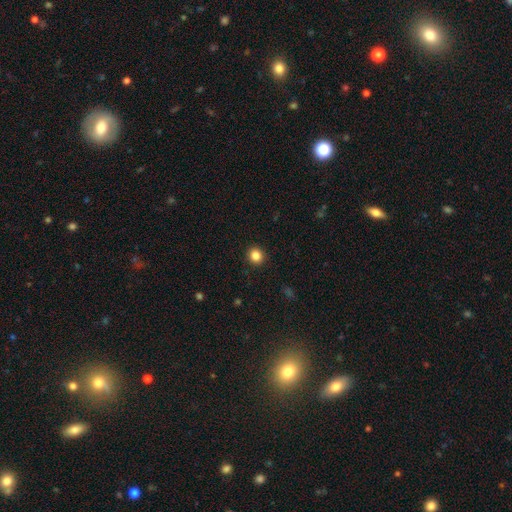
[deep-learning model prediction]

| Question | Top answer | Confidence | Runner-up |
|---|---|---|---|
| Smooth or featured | smooth | 85% | star or artifact (11%) |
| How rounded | round | 91% | in between (8%) |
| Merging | none | 93% | minor disturbance (5%) |